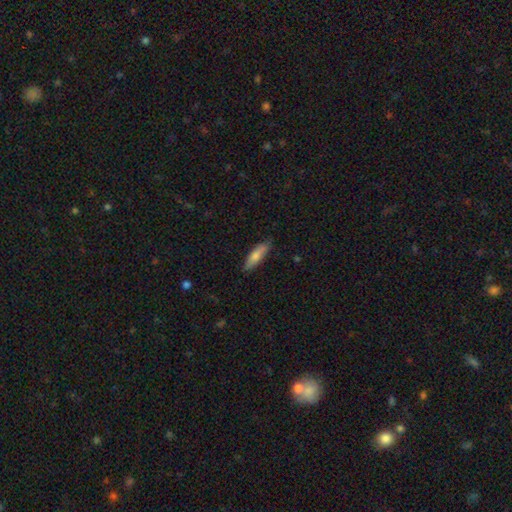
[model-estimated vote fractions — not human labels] A smooth galaxy with no disk features (73%) that is cigar-shaped (64%).

Vote fractions:
- Smooth or featured? smooth: 73% / featured or disk: 21% / star or artifact: 6%
- How rounded? cigar-shaped: 64% / in between: 34% / round: 2%
- Merging? none: 80% / minor disturbance: 16% / major disturbance: 2% / merger: 2%